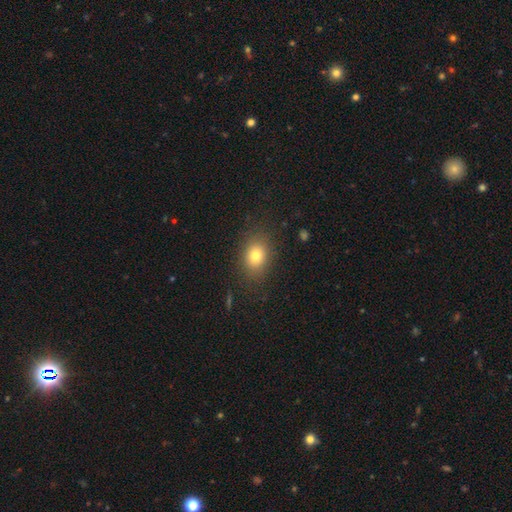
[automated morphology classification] Overall: smooth (78%). How rounded: in between (62%; round 37%). Merging: none (84%).